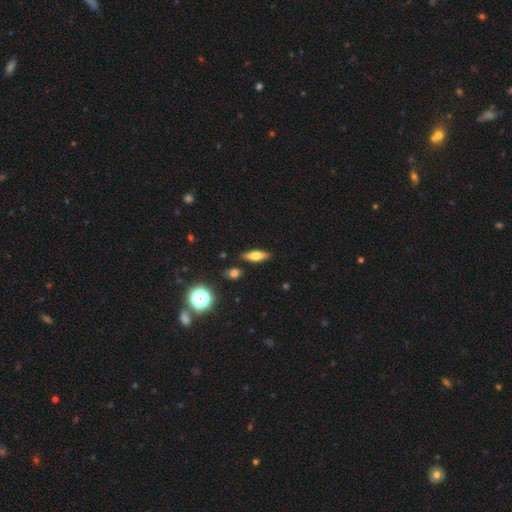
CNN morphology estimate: Smooth or featured: smooth — 59% (featured or disk — 31%)
How rounded: in between — 58% (cigar-shaped — 38%)
Merging: none — 84% (minor disturbance — 10%)